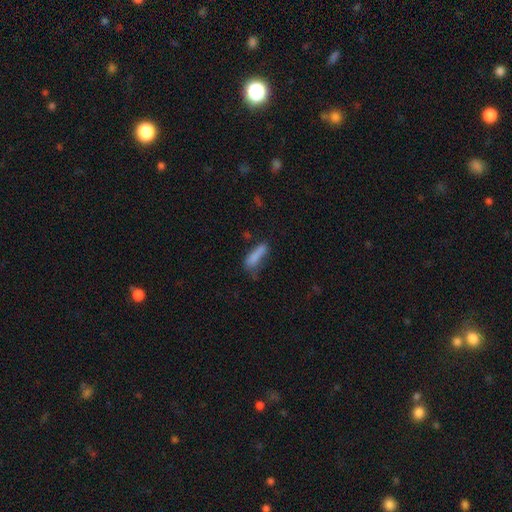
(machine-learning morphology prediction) This appears to be a smooth galaxy with no disk features (77%) that is cigar-shaped (61%). Merging: none (42%).